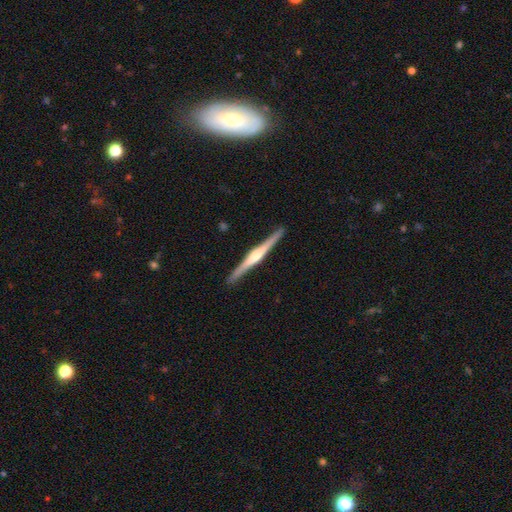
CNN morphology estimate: smooth-or-featured: featured or disk: 80% | smooth: 16% | star or artifact: 4%
  disk-edge-on: yes: 99% | no: 1%
    edge-on-bulge: rounded: 81% | boxy: 12% | none: 7%
  merging: none: 92% | minor disturbance: 6% | major disturbance: 1% | merger: 1%